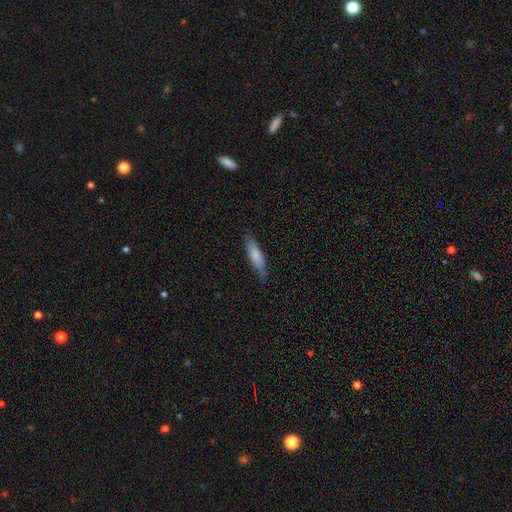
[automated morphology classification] smooth-or-featured: smooth: 75% | featured or disk: 20% | star or artifact: 5%
  how-rounded: cigar-shaped: 74% | in between: 25% | round: 2%
  merging: none: 80% | minor disturbance: 16% | major disturbance: 3% | merger: 1%